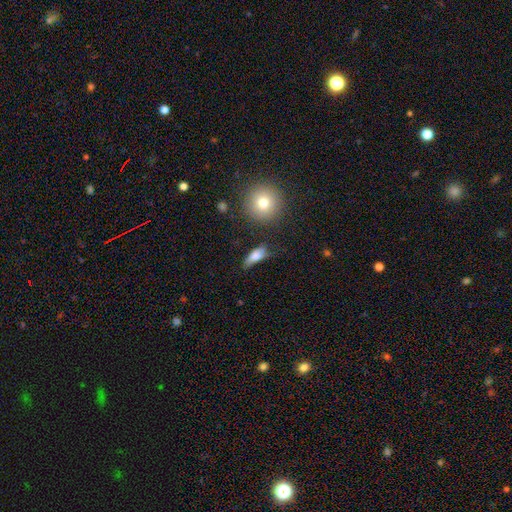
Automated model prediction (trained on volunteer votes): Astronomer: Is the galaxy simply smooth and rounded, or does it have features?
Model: smooth — 76%.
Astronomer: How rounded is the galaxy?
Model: in between — 66%.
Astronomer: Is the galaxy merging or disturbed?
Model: none — 47% (runner-up: minor disturbance, 32%).